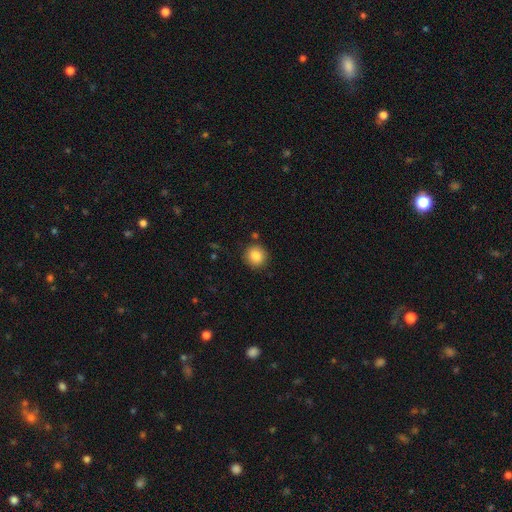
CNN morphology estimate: A smooth galaxy with no disk features (85%) that is round (92%).

Vote fractions:
- Smooth or featured? smooth: 85% / star or artifact: 9% / featured or disk: 5%
- How rounded? round: 92% / in between: 7% / cigar-shaped: 1%
- Merging? none: 88% / minor disturbance: 7% / merger: 3% / major disturbance: 2%